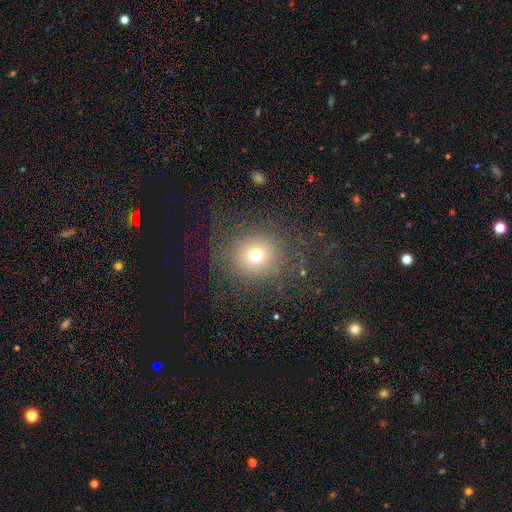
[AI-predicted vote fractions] This appears to be a smooth galaxy with no disk features (67%) that is round (90%). Merging: none (80%).